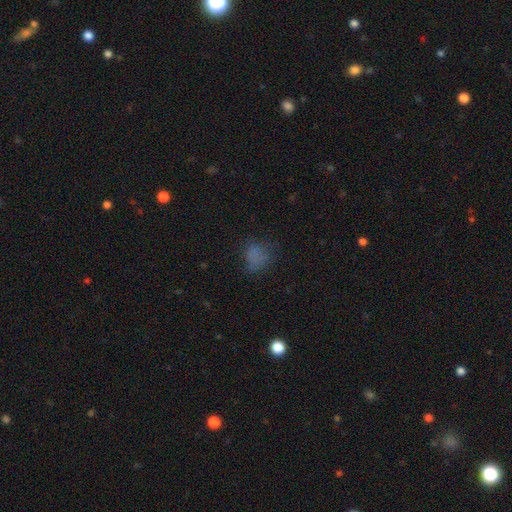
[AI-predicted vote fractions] Morphology: type=smooth (65%); roundness=in between (50%); merging=none (53%).